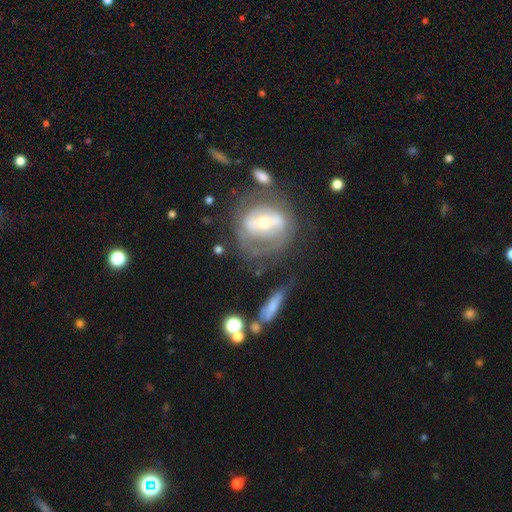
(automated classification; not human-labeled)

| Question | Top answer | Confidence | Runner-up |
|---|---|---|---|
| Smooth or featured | featured or disk | 69% | smooth (21%) |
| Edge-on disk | no | 92% | yes (8%) |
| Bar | weak | 35% | no (33%) |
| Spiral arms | yes | 58% | no (42%) |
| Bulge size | small | 47% | moderate (46%) |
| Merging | none | 50% | major disturbance (20%) |